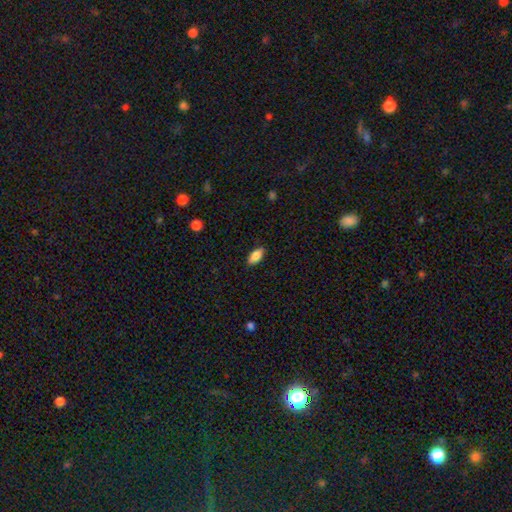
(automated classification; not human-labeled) Smooth or featured?
  - smooth: 86% *
  - star or artifact: 7%
  - featured or disk: 7%
How rounded?
  - in between: 90% *
  - cigar-shaped: 8%
  - round: 3%
Merging?
  - none: 87% *
  - minor disturbance: 10%
  - major disturbance: 2%
  - merger: 1%